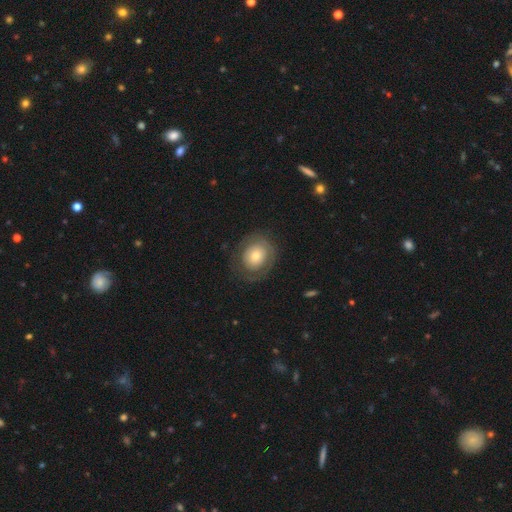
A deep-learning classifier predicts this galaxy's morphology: A smooth galaxy with no disk features (52%) that is round (68%). Merging: none (75%).